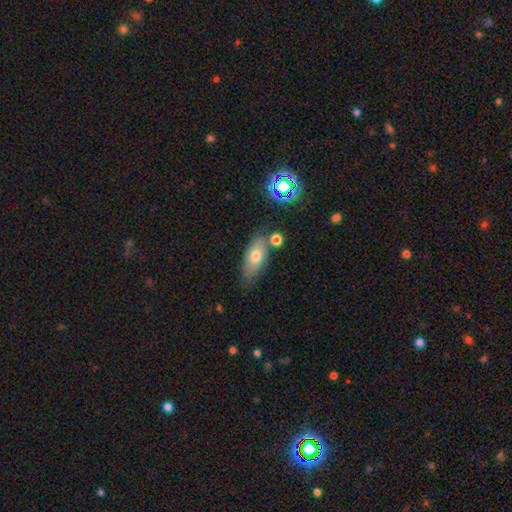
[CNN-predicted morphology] Smooth or featured? Predicted: smooth (p=0.70). How rounded? Predicted: in between (p=0.79). Merging? Predicted: none (p=0.67).